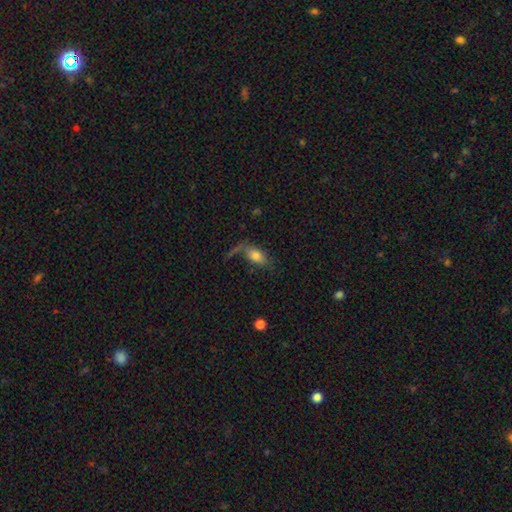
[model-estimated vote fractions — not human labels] A smooth galaxy with no disk features (70%) that is in between round and cigar-shaped (87%). Merging: none (47%).